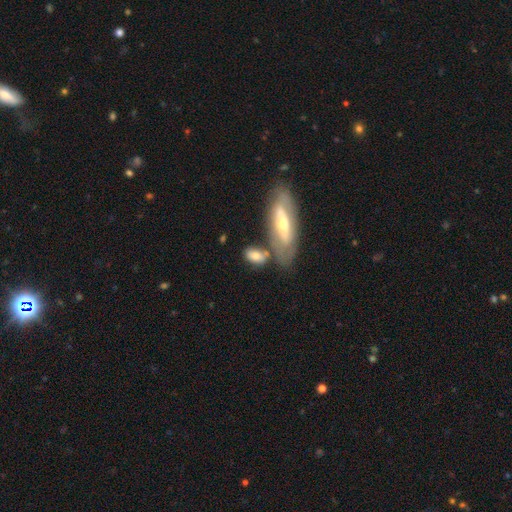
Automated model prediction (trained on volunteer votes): Overall: smooth (65%; featured or disk 29%). How rounded: in between (81%). Merging: none (53%; merger 23%).